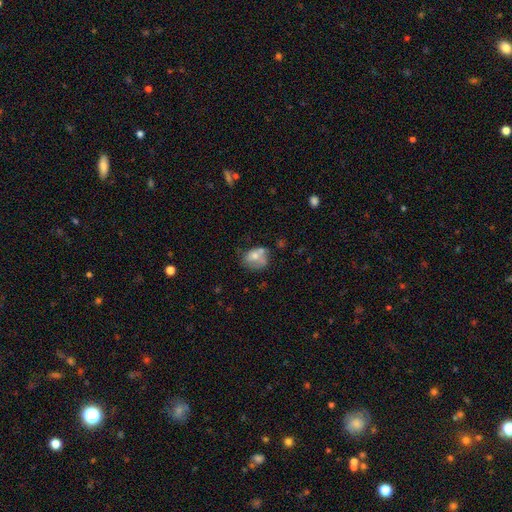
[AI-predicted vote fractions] Morphology: type=smooth (60%); roundness=in between (52%); merging=none (35%).